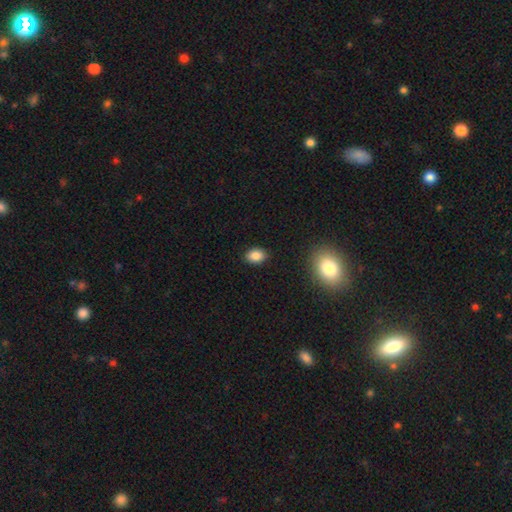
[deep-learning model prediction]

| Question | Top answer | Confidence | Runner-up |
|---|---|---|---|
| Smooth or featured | smooth | 85% | star or artifact (10%) |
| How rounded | in between | 75% | round (24%) |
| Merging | none | 88% | minor disturbance (8%) |